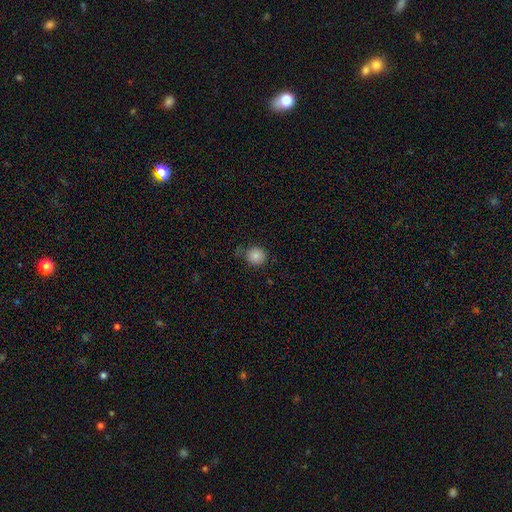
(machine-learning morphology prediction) smooth_or_featured: smooth (p=0.84) [alt: star or artifact p=0.11]
how_rounded: round (p=0.88) [alt: in between p=0.12]
merging: none (p=0.73) [alt: minor disturbance p=0.19]